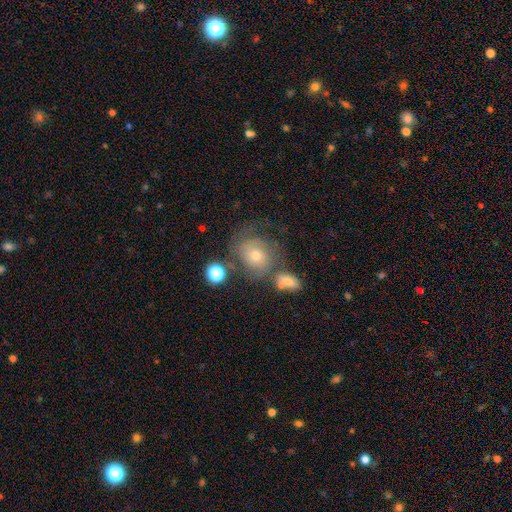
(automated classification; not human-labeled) This appears to be a featured or disk galaxy (47%). Merging: none (48%).